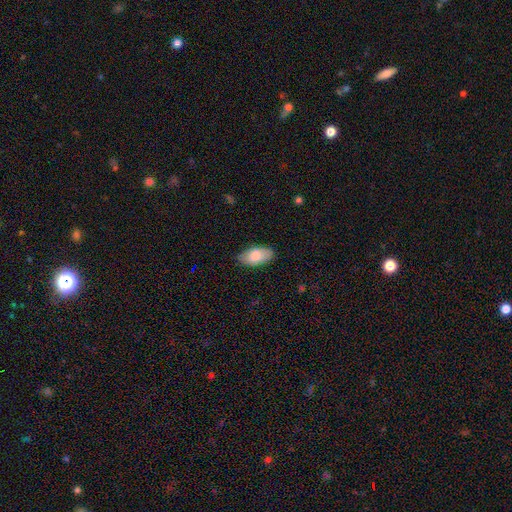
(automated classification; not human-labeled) Q: Smooth or featured?
A: smooth (81%); runner-up: featured or disk (13%)
Q: How rounded?
A: in between (94%); runner-up: cigar-shaped (3%)
Q: Merging?
A: none (84%); runner-up: minor disturbance (13%)